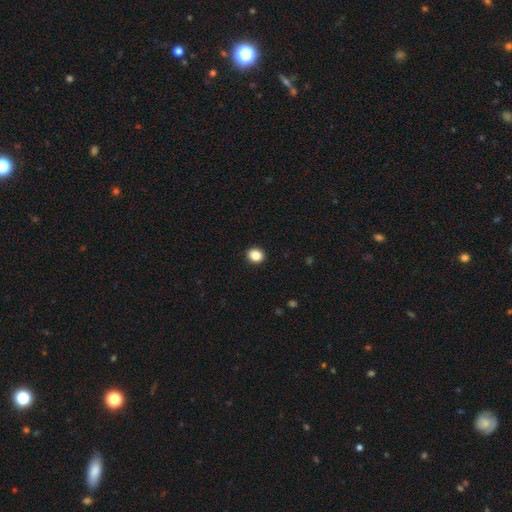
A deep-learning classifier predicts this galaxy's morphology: A smooth galaxy with no disk features (86%) that is round (72%). Merging: none (92%).